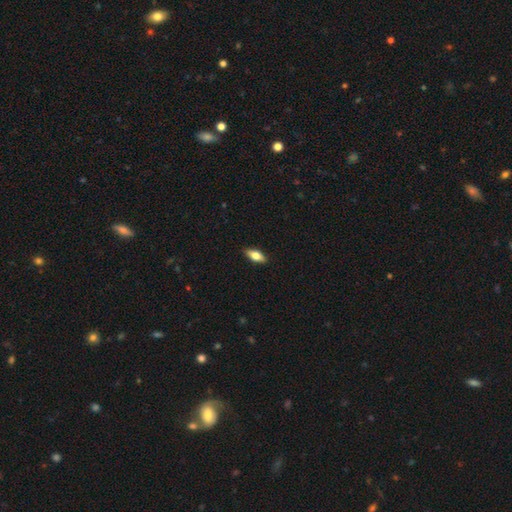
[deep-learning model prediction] Smooth or featured?
  - smooth: 70% *
  - featured or disk: 23%
  - star or artifact: 7%
How rounded?
  - in between: 78% *
  - cigar-shaped: 18%
  - round: 3%
Merging?
  - none: 88% *
  - minor disturbance: 9%
  - major disturbance: 2%
  - merger: 1%